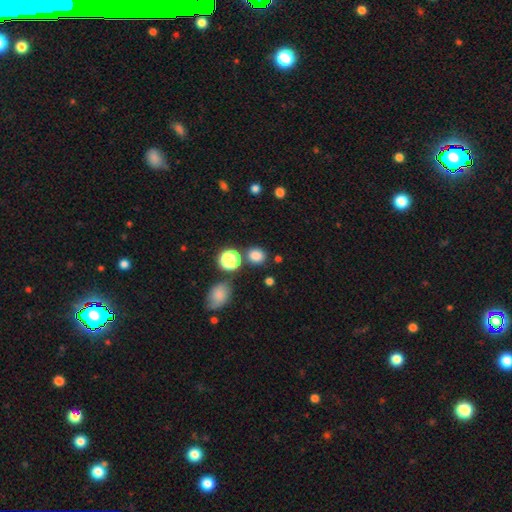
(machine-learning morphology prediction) smooth 81%, star or artifact 15%, featured or disk 5%. Down the decision tree: how rounded — round (76%); merging — none (77%).